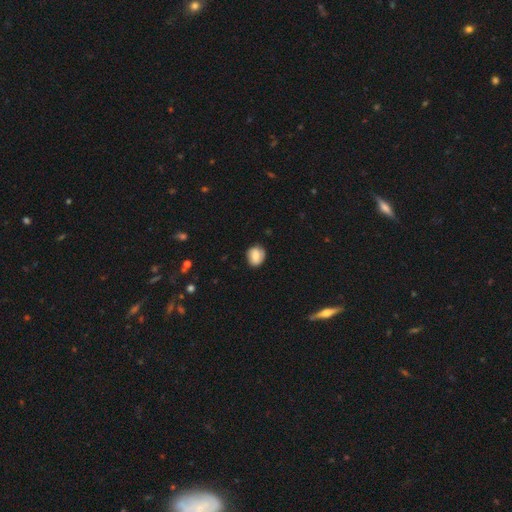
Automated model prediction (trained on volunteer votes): smooth 69%, featured or disk 23%, star or artifact 8%. Down the decision tree: how rounded — round (63%); merging — none (79%).